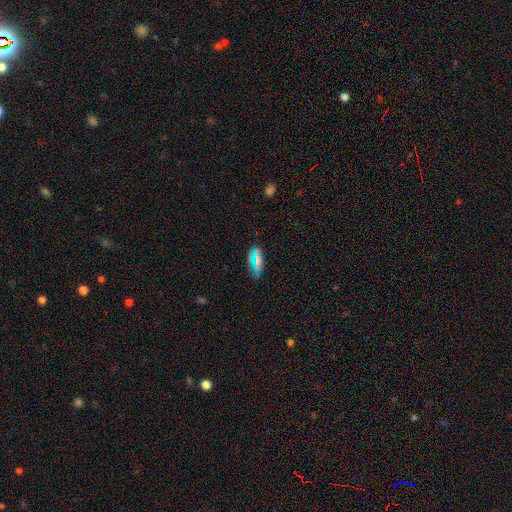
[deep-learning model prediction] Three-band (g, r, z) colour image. It shows a smooth galaxy with no disk features (45%). Merging: none (71%).